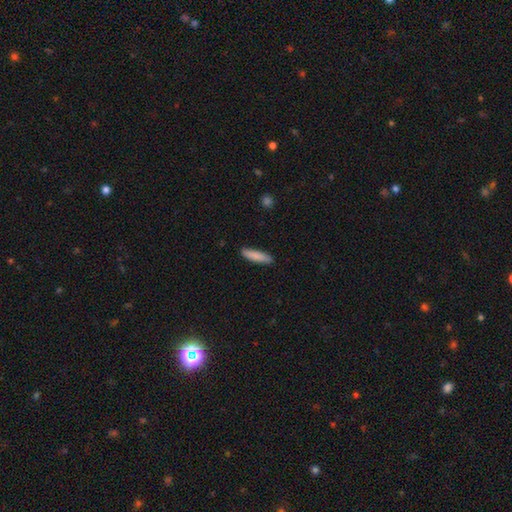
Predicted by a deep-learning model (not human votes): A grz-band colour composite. It shows a smooth galaxy with no disk features (85%) that is cigar-shaped (79%). Merging: none (88%).